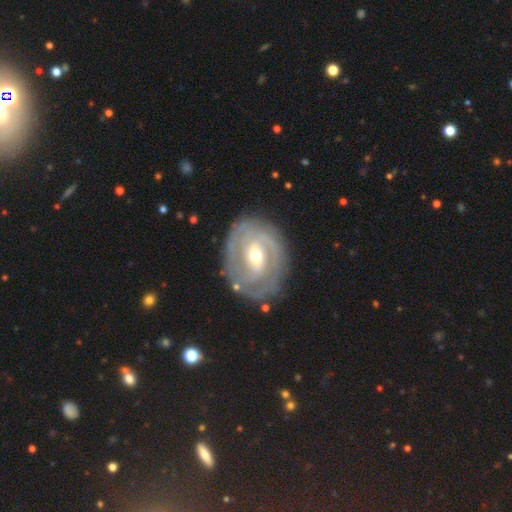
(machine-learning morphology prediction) Overall: featured or disk (85%). Edge-on disk: no (96%). Bar: weak (48%; no 27%). Spiral arms: yes (90%). Spiral arm count: 2 (48%; can't tell 25%). Spiral winding: tight (67%). Bulge size: moderate (63%; small 32%). Merging: none (77%).